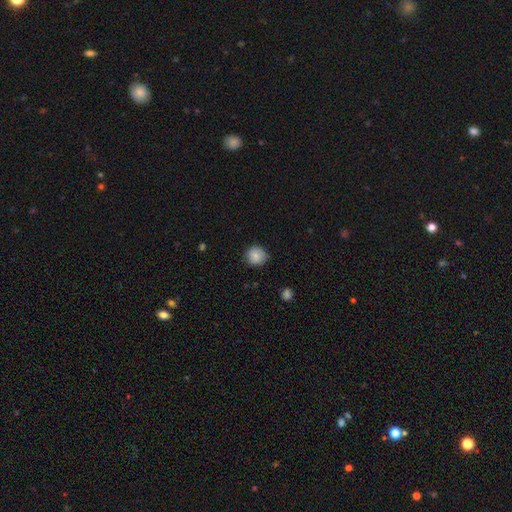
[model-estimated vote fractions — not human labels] The model was most divided on "merging": none: 80%, minor disturbance: 16%, major disturbance: 3%, merger: 1%. More confident: how rounded — round (88%); smooth or featured — smooth (83%).